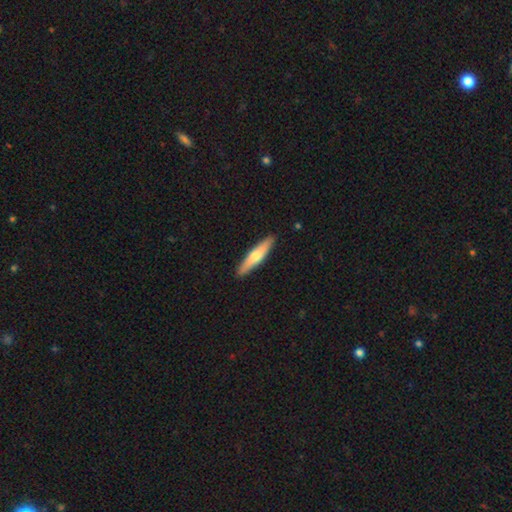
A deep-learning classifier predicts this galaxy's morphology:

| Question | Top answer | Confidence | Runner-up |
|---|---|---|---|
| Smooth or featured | smooth | 61% | featured or disk (34%) |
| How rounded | cigar-shaped | 86% | in between (12%) |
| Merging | none | 91% | minor disturbance (7%) |